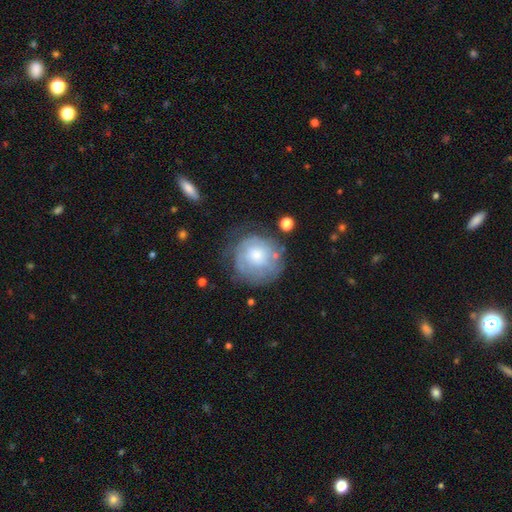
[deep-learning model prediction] Morphology: type=featured or disk (51%); edge-on=no (97%); merging=none (62%).